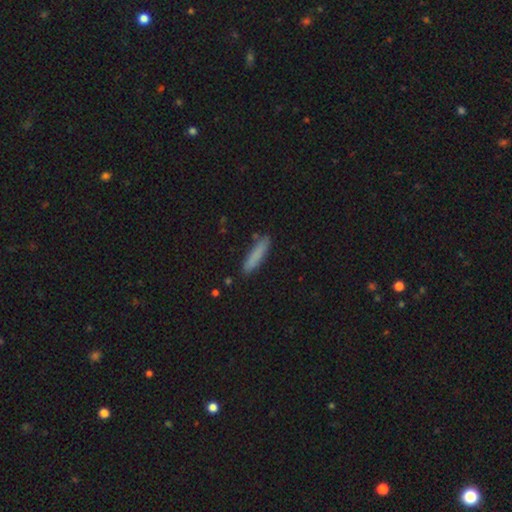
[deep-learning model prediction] Smooth or featured? smooth (83%)
How rounded? cigar-shaped (88%)
Merging? none (86%)